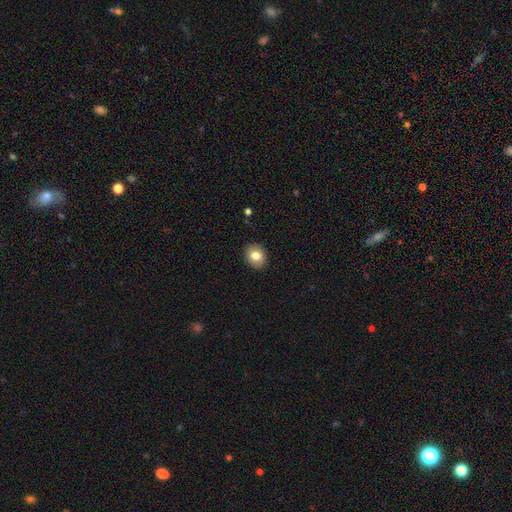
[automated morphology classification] smooth_or_featured: smooth (p=0.80) [alt: featured or disk p=0.11]
how_rounded: round (p=0.55) [alt: in between p=0.44]
merging: none (p=0.90) [alt: minor disturbance p=0.07]